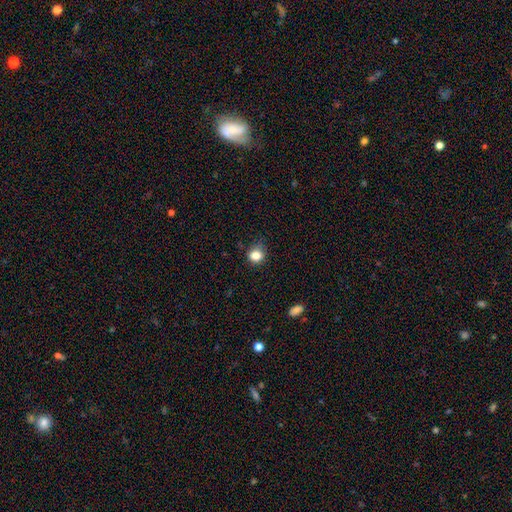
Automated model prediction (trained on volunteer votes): This is clearly a smooth galaxy (83%). How rounded: likely round (72%). Merging: likely none (65%).